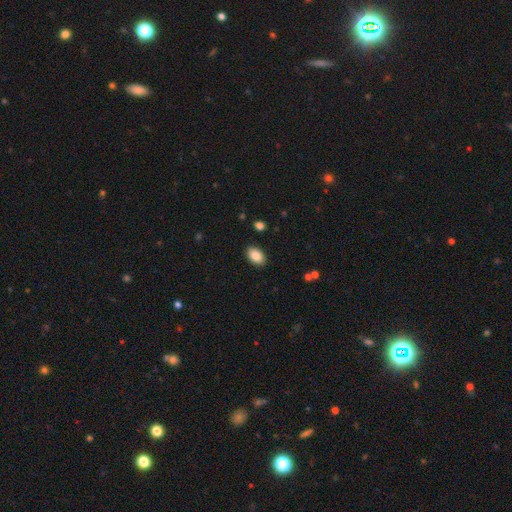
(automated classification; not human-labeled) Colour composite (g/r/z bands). It shows a smooth galaxy with no disk features (87%) that is in between round and cigar-shaped (88%). Merging: none (89%).